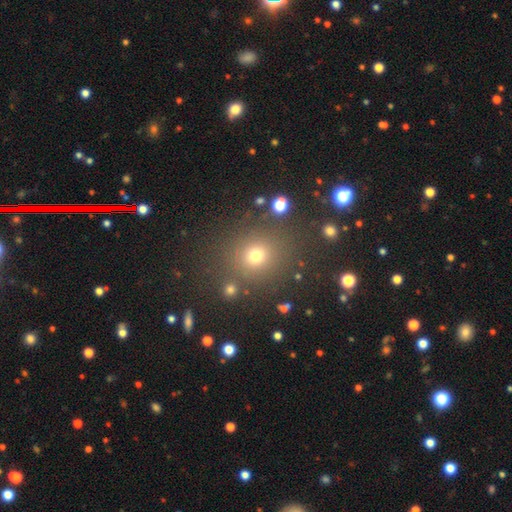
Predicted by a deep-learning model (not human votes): smooth 72%, star or artifact 20%, featured or disk 8%. Down the decision tree: how rounded — round (84%); merging — none (80%).